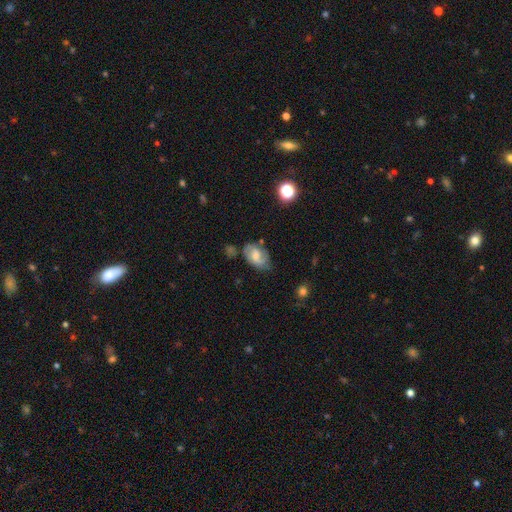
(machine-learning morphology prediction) Overall: featured or disk (55%; smooth 37%). Edge-on disk: no (96%). Bar: weak (48%; no 42%). Spiral arms: yes (85%). Bulge size: moderate (45%; small 27%). Merging: none (62%; minor disturbance 25%).